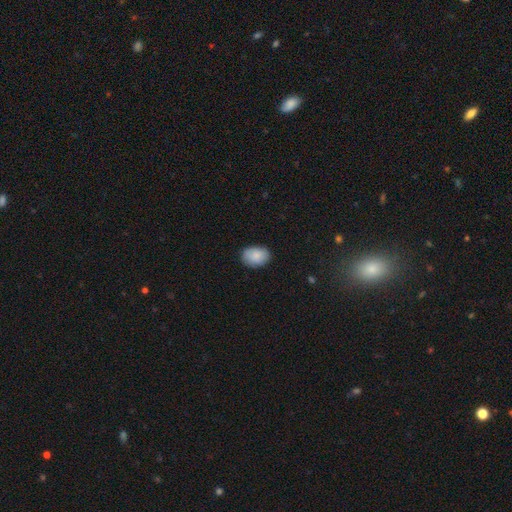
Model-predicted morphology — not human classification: This is clearly a smooth galaxy (87%). How rounded: clearly in between (80%). Merging: clearly none (84%).